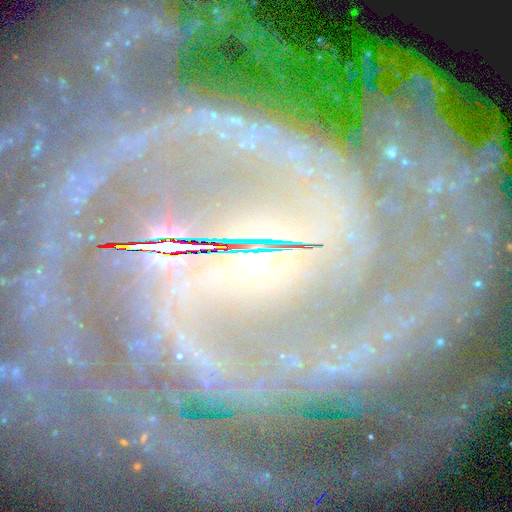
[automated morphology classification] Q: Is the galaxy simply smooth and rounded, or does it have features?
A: featured or disk — 92%.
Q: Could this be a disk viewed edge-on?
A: no — 98%.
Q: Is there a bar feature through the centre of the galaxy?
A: strong — 45%.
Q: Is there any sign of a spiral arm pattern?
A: yes — 98%.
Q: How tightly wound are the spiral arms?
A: tight — 51%.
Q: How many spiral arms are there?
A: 2 — 57%.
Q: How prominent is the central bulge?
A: small — 76%.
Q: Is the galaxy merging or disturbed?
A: none — 68%.